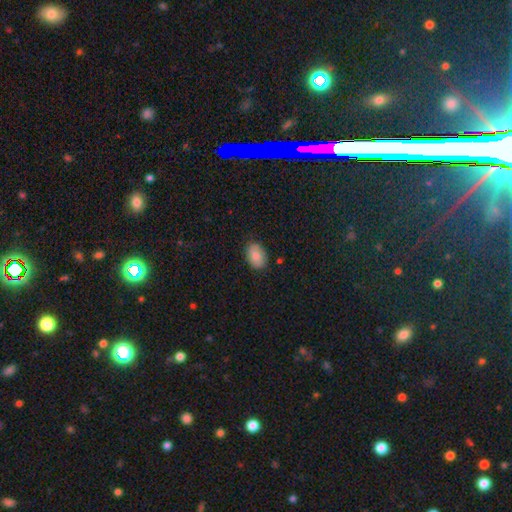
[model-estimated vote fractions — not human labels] Overall: smooth (83%). How rounded: in between (84%). Merging: none (83%).